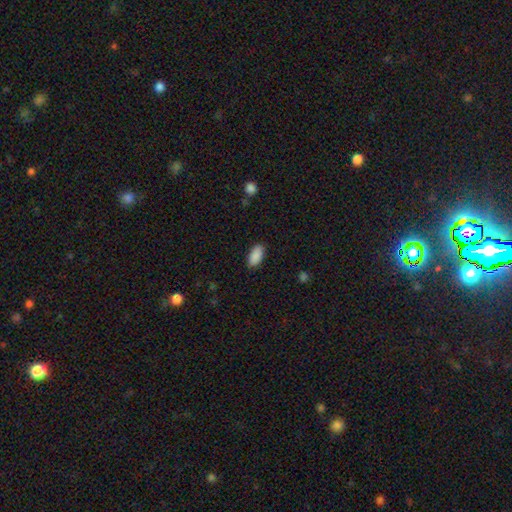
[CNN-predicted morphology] Smooth or featured?
  - smooth: 90% *
  - star or artifact: 7%
  - featured or disk: 3%
How rounded?
  - in between: 92% *
  - cigar-shaped: 6%
  - round: 2%
Merging?
  - none: 88% *
  - minor disturbance: 9%
  - major disturbance: 2%
  - merger: 1%